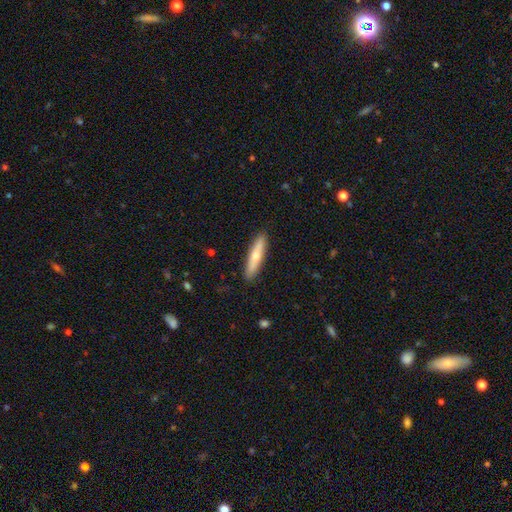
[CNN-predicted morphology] Q: Smooth or featured?
A: smooth (62%); runner-up: featured or disk (33%)
Q: How rounded?
A: cigar-shaped (86%); runner-up: in between (13%)
Q: Merging?
A: none (89%); runner-up: minor disturbance (8%)